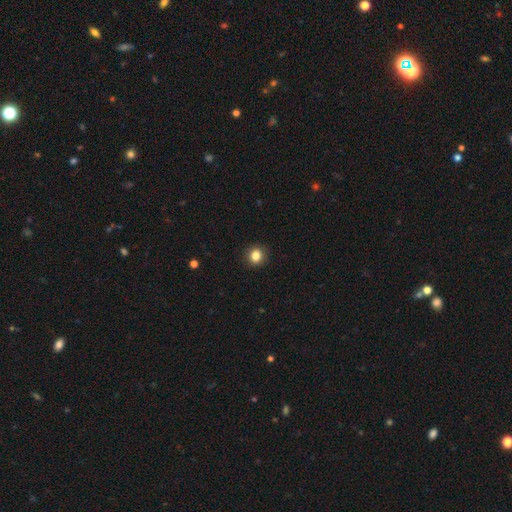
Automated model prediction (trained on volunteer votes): This appears to be a smooth galaxy with no disk features (84%) that is round (86%). Merging: none (92%).